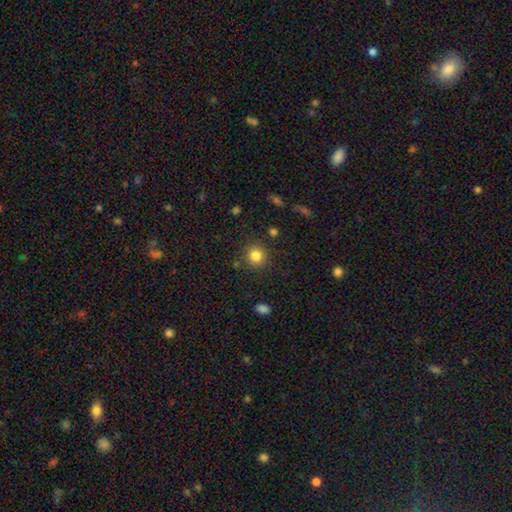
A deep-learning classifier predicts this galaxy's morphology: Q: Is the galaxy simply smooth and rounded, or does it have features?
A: smooth — 83%.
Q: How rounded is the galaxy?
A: round — 92%.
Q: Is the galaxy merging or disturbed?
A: none — 87%.